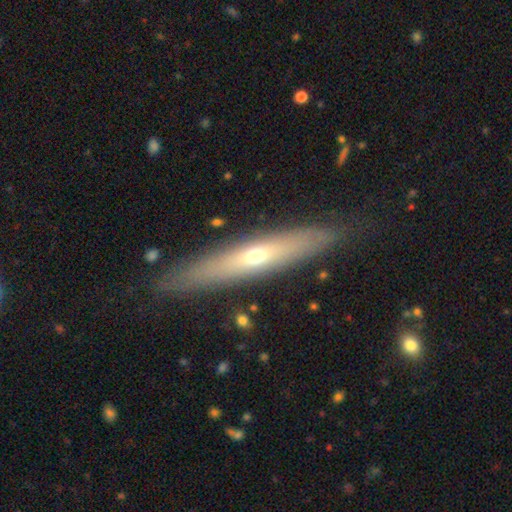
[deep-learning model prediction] Smooth or featured?
  - featured or disk: 57% *
  - smooth: 36%
  - star or artifact: 7%
Edge-on disk?
  - yes: 80% *
  - no: 20%
Merging?
  - none: 86% *
  - minor disturbance: 10%
  - major disturbance: 3%
  - merger: 1%